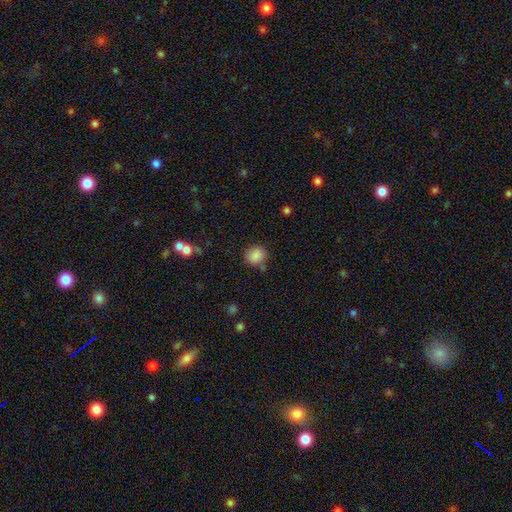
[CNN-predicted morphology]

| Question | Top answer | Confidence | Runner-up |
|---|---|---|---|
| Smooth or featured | smooth | 86% | star or artifact (10%) |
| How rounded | round | 83% | in between (16%) |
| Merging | none | 78% | minor disturbance (13%) |